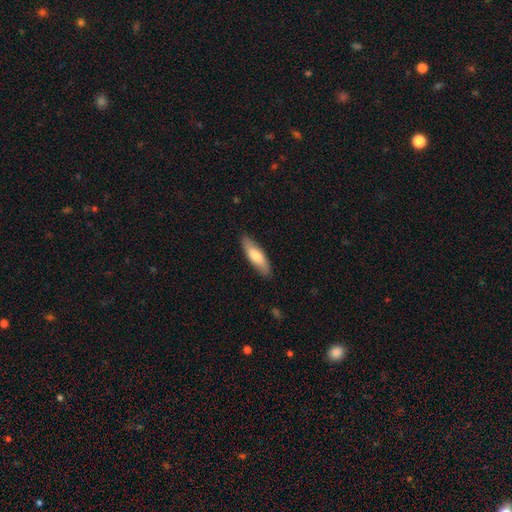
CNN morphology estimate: Smooth or featured: smooth — 71% (featured or disk — 24%)
How rounded: cigar-shaped — 52% (in between — 46%)
Merging: none — 86% (minor disturbance — 11%)